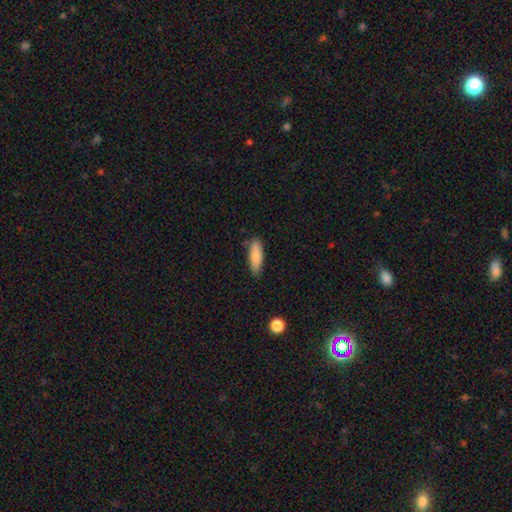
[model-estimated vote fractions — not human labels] Q: Smooth or featured?
A: smooth (85%); runner-up: featured or disk (9%)
Q: How rounded?
A: in between (57%); runner-up: cigar-shaped (41%)
Q: Merging?
A: none (80%); runner-up: minor disturbance (15%)